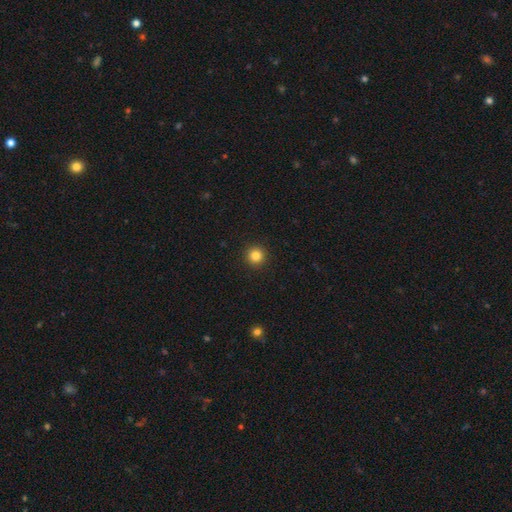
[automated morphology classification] A smooth galaxy with no disk features (84%) that is round (96%). Merging: none (93%).